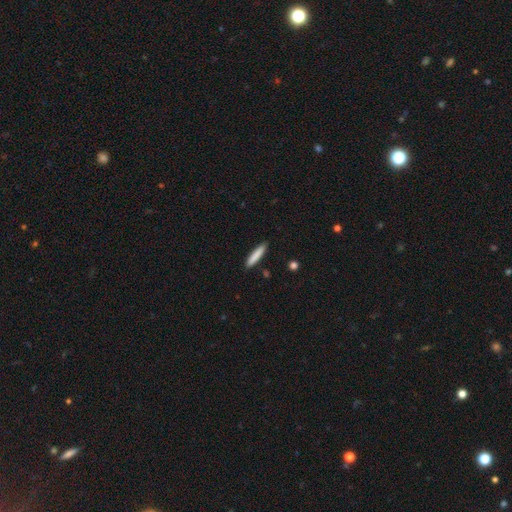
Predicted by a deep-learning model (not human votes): smooth 84%, featured or disk 10%, star or artifact 6%. Down the decision tree: how rounded — cigar-shaped (89%); merging — none (90%).